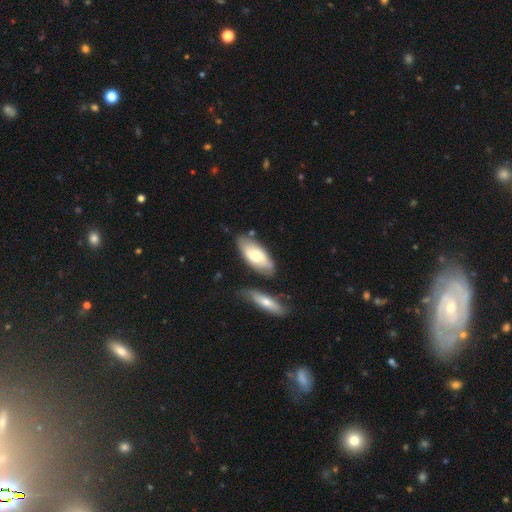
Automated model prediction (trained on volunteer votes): smooth-or-featured: smooth: 60% | featured or disk: 35% | star or artifact: 5%
  how-rounded: in between: 86% | cigar-shaped: 12% | round: 2%
  merging: none: 72% | minor disturbance: 16% | merger: 8% | major disturbance: 3%